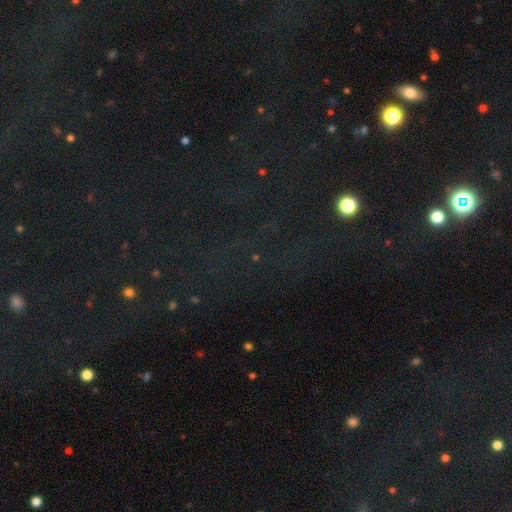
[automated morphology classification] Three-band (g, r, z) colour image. It shows a star or artifact, not a galaxy (73%).